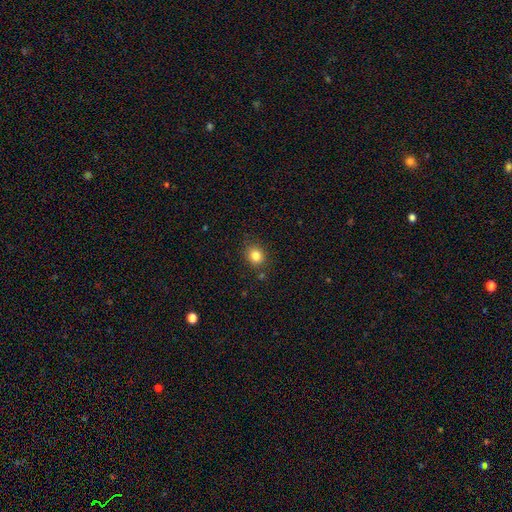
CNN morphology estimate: Smooth or featured: smooth — 83% (star or artifact — 11%)
How rounded: round — 70% (in between — 29%)
Merging: none — 83% (minor disturbance — 11%)